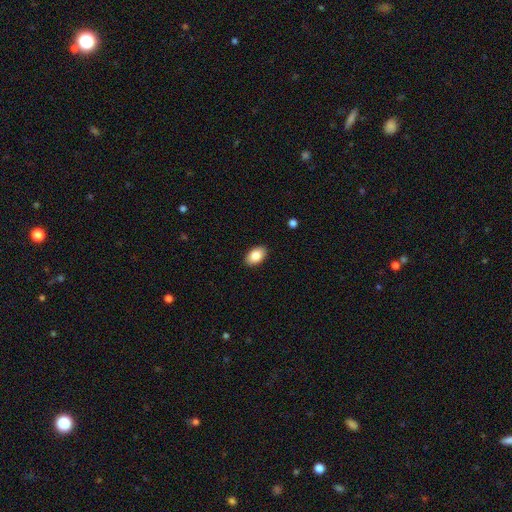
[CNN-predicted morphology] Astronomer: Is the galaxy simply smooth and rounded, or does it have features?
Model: smooth — 86%.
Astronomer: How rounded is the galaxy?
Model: in between — 92%.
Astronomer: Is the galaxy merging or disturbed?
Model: none — 89%.